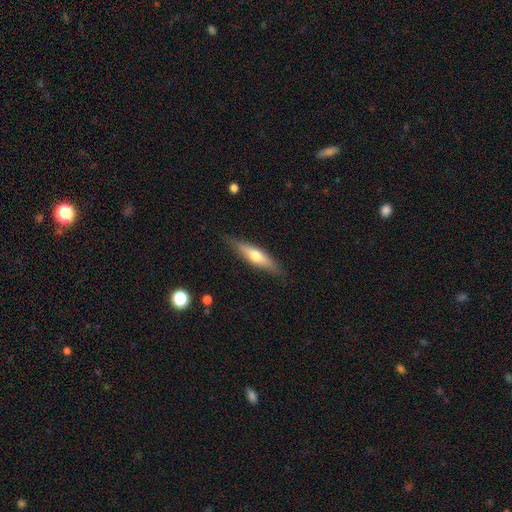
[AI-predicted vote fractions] The model was most divided on "smooth or featured": smooth: 50%, featured or disk: 44%, star or artifact: 6%. More confident: merging — none (85%).